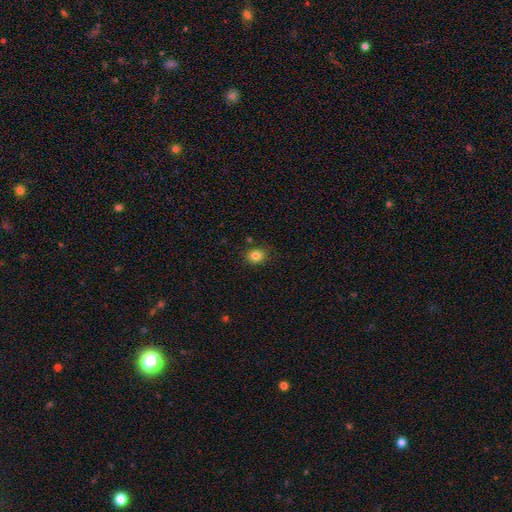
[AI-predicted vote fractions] This is clearly a smooth galaxy (83%). How rounded: likely round (62%). Merging: clearly none (86%).